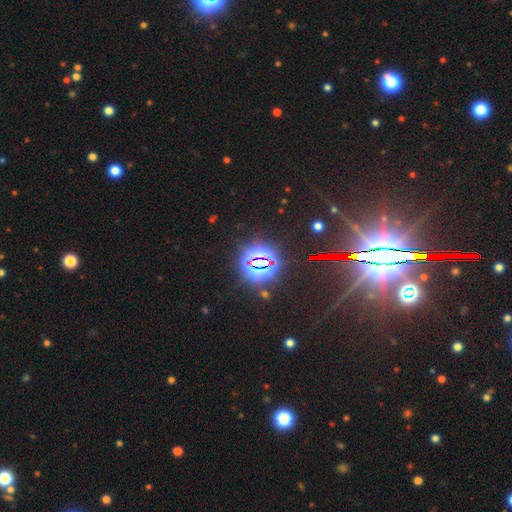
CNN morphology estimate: This appears to be a star or artifact, not a galaxy (83%).